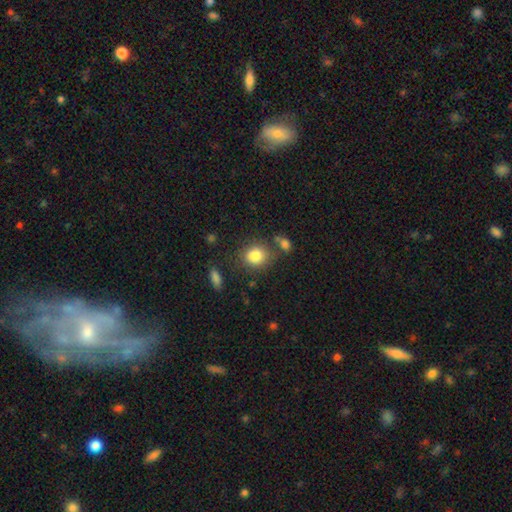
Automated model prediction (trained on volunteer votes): Smooth or featured? Predicted: smooth (p=0.83). How rounded? Predicted: round (p=0.69). Merging? Predicted: none (p=0.72).